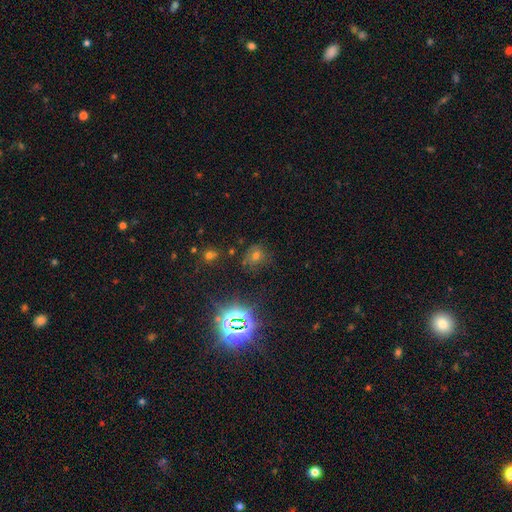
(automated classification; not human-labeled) This is possibly a star or artifact rather than a galaxy (48%).